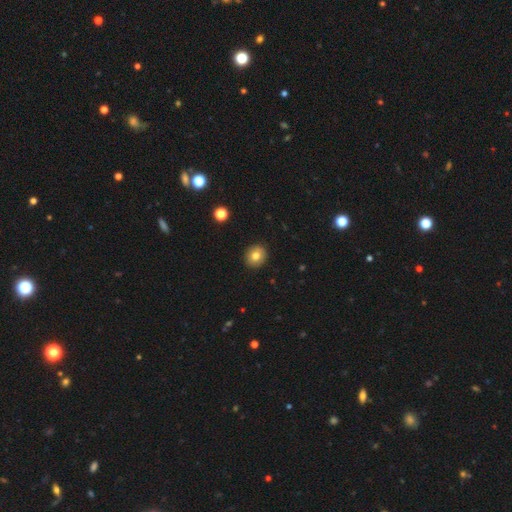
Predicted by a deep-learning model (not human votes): Smooth or featured? smooth (80%)
How rounded? round (83%)
Merging? none (92%)